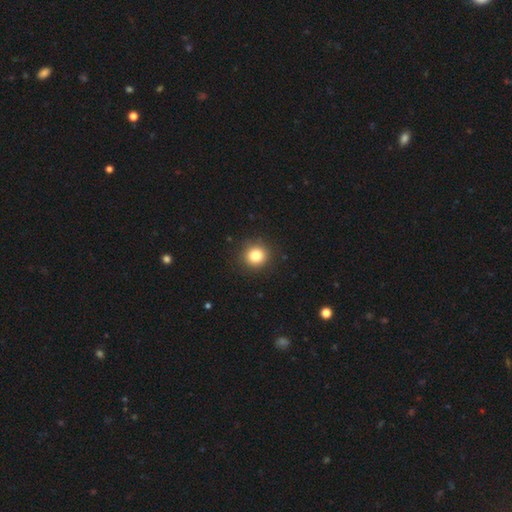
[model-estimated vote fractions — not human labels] A smooth galaxy with no disk features (82%) that is round (93%).

Vote fractions:
- Smooth or featured? smooth: 82% / star or artifact: 12% / featured or disk: 7%
- How rounded? round: 93% / in between: 6% / cigar-shaped: 1%
- Merging? none: 91% / minor disturbance: 6% / major disturbance: 2% / merger: 1%